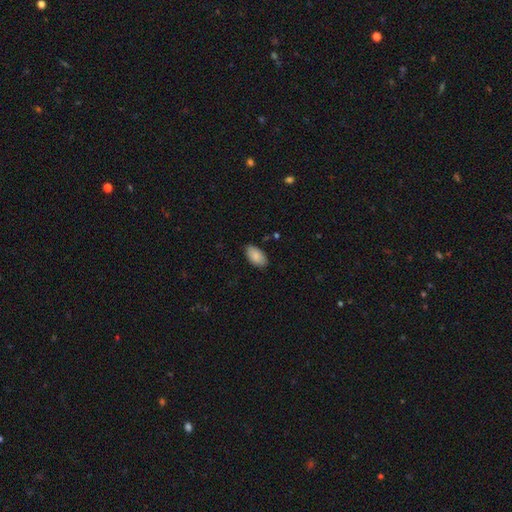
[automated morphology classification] smooth 88%, star or artifact 6%, featured or disk 6%. Down the decision tree: how rounded — in between (95%); merging — none (84%).